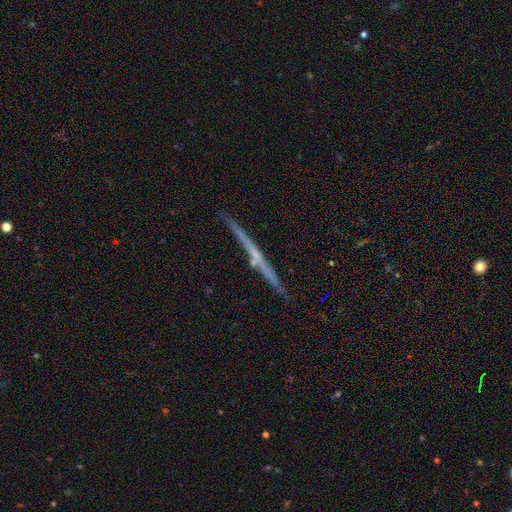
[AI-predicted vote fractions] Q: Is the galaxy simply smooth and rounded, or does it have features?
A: featured or disk — 70%.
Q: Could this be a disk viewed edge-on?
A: yes — 98%.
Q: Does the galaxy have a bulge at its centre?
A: none — 66%.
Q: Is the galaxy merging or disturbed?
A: none — 89%.